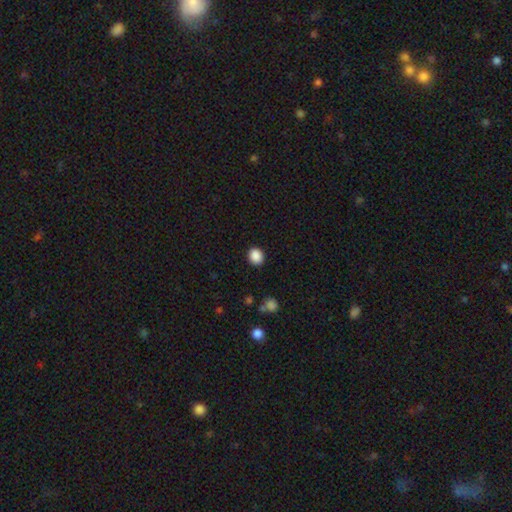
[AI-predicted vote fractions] A smooth galaxy with no disk features (89%) that is round (64%). Merging: none (90%).